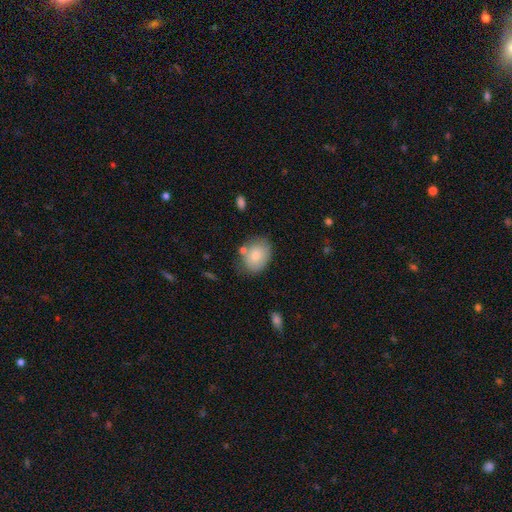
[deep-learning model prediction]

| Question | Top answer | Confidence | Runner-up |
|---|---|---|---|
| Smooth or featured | smooth | 78% | featured or disk (15%) |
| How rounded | in between | 63% | round (36%) |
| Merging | none | 68% | minor disturbance (19%) |